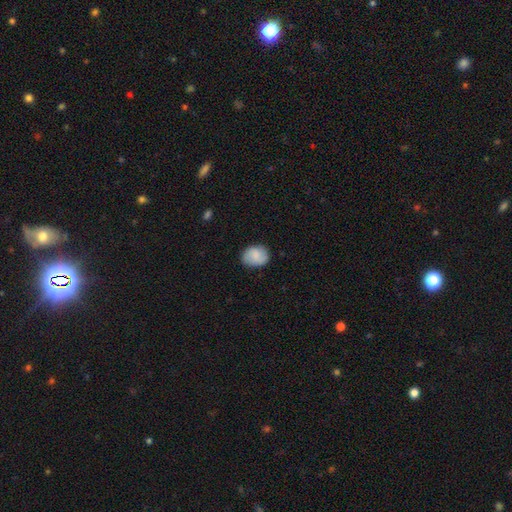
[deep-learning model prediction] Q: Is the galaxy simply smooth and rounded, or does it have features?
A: smooth — 76%.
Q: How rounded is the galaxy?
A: in between — 51%.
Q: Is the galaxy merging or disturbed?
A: none — 80%.